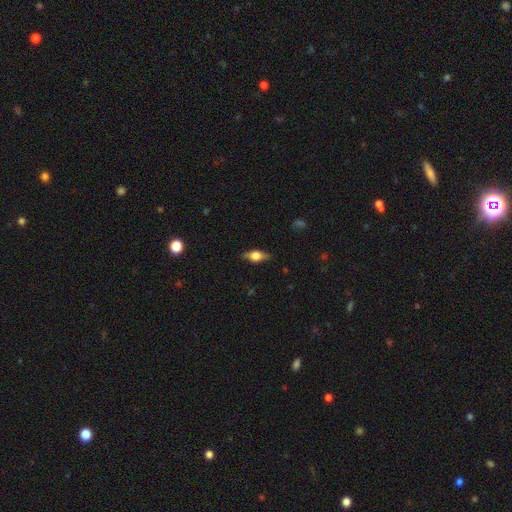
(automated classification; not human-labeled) The model was most divided on "smooth or featured": featured or disk: 49%, smooth: 43%, star or artifact: 8%. More confident: merging — none (82%).